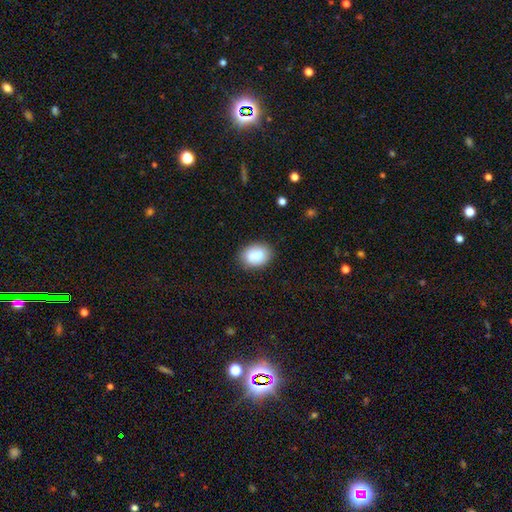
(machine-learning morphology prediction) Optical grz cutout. It shows a smooth galaxy with no disk features (86%) that is in between round and cigar-shaped (76%). Merging: none (82%).